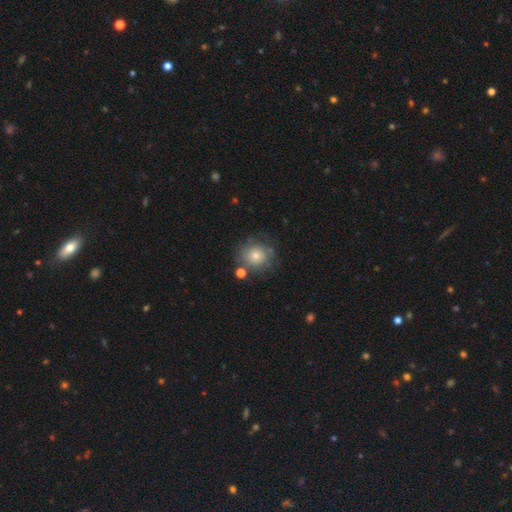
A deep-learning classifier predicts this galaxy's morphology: This is possibly a smooth galaxy (54%). How rounded: clearly round (87%). Merging: likely none (69%).